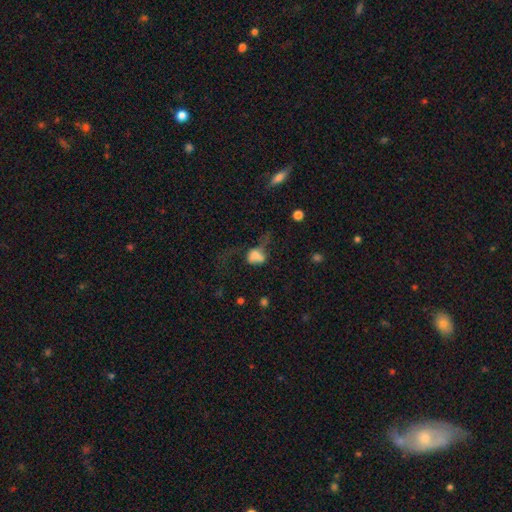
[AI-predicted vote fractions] smooth_or_featured: smooth (p=0.61) [alt: featured or disk p=0.26]
how_rounded: in between (p=0.68) [alt: round p=0.29]
merging: major disturbance (p=0.55) [alt: none p=0.18]